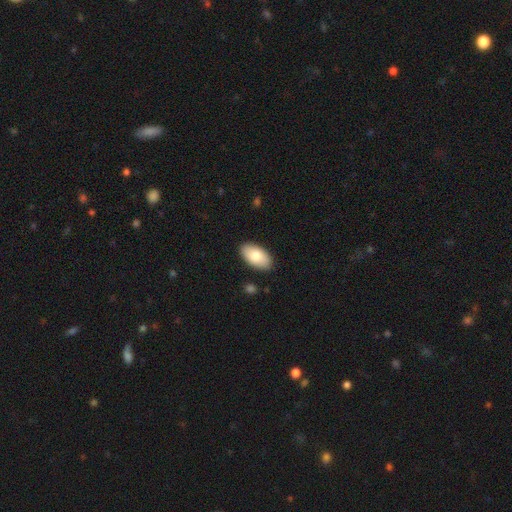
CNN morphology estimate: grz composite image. It shows a smooth galaxy with no disk features (79%) that is in between round and cigar-shaped (96%). Merging: none (89%).